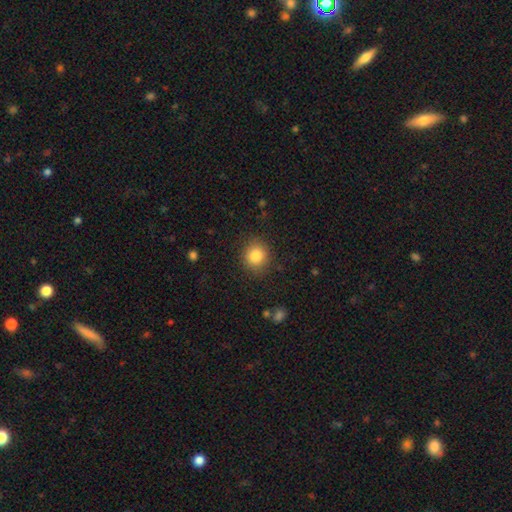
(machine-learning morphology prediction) Smooth or featured?
  - smooth: 83% *
  - star or artifact: 10%
  - featured or disk: 7%
How rounded?
  - round: 84% *
  - in between: 15%
  - cigar-shaped: 1%
Merging?
  - none: 87% *
  - minor disturbance: 9%
  - major disturbance: 3%
  - merger: 1%